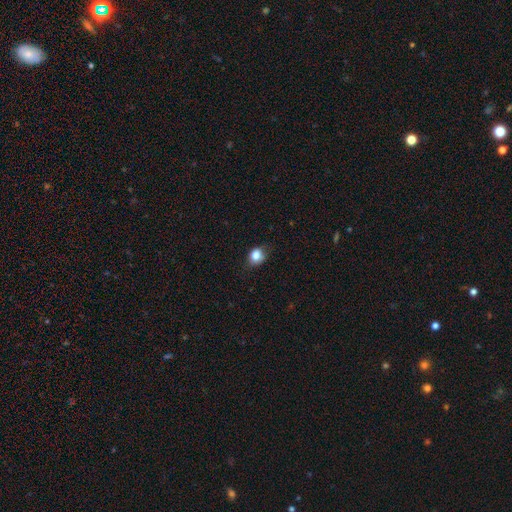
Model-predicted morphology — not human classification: Smooth or featured? Predicted: smooth (p=0.81). How rounded? Predicted: round (p=0.57). Merging? Predicted: none (p=0.72).